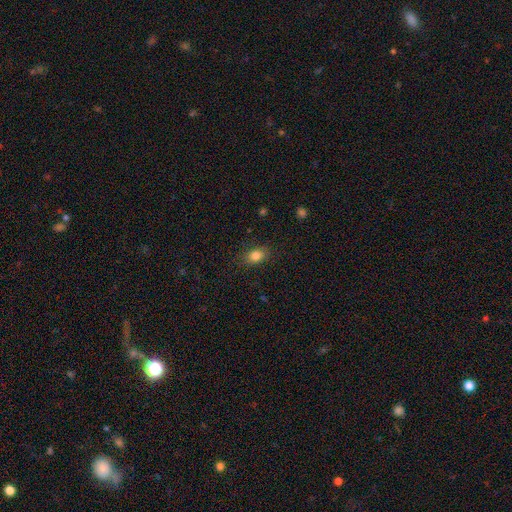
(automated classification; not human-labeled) The model was most divided on "how rounded": in between: 74%, round: 24%, cigar-shaped: 2%. More confident: smooth or featured — smooth (84%); merging — none (83%).